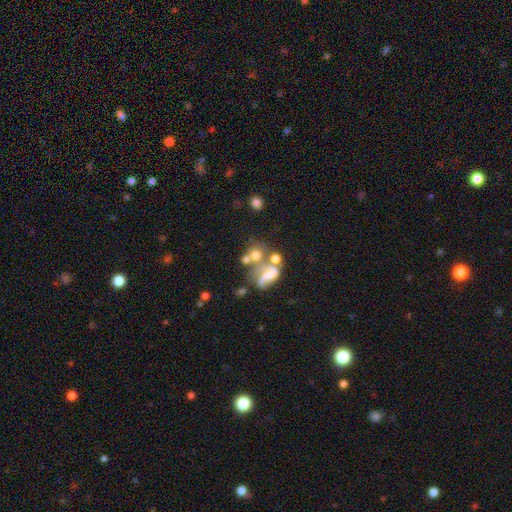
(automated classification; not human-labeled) This appears to be a smooth galaxy with no disk features (50%) that is round (59%). Merging: merger (48%).